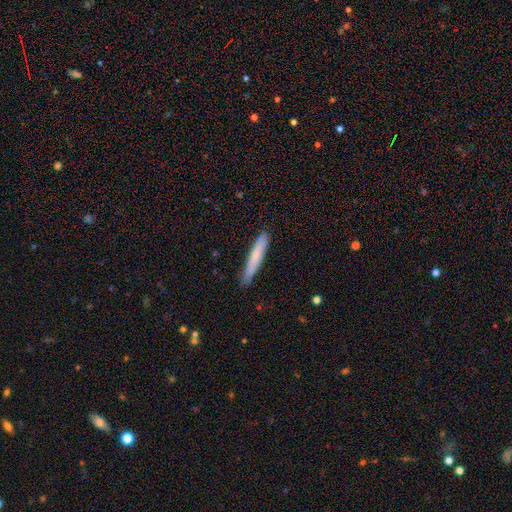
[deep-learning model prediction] Overall: smooth (73%). How rounded: cigar-shaped (95%). Merging: none (88%).